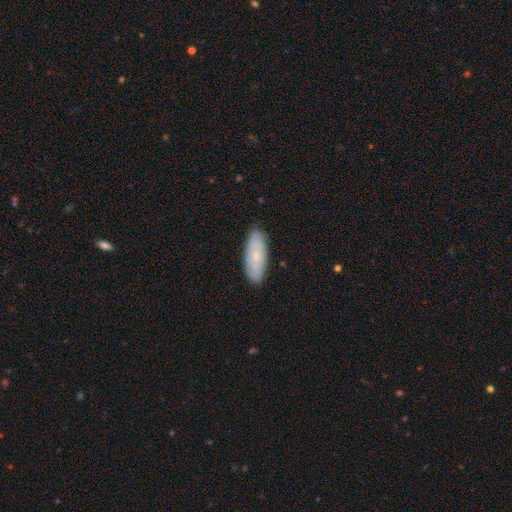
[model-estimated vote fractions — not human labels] Overall: smooth (67%). How rounded: in between (74%). Merging: none (86%).